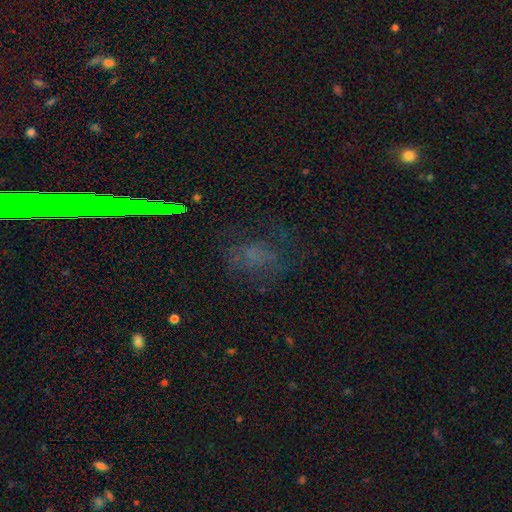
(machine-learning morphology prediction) This is marginally a smooth galaxy (41%). Merging: possibly none (56%).